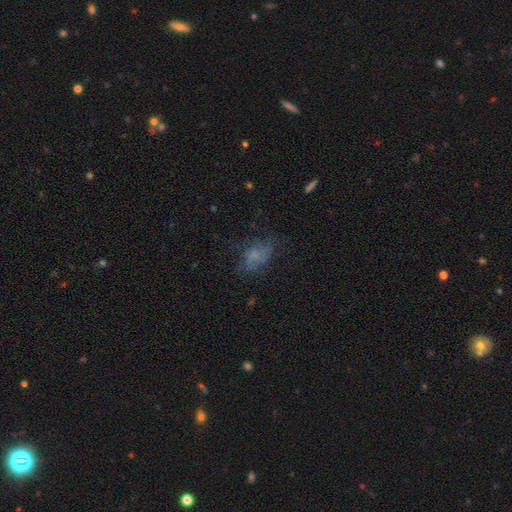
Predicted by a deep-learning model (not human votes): Overall: smooth (52%; featured or disk 31%). How rounded: in between (79%). Merging: none (51%; minor disturbance 24%).